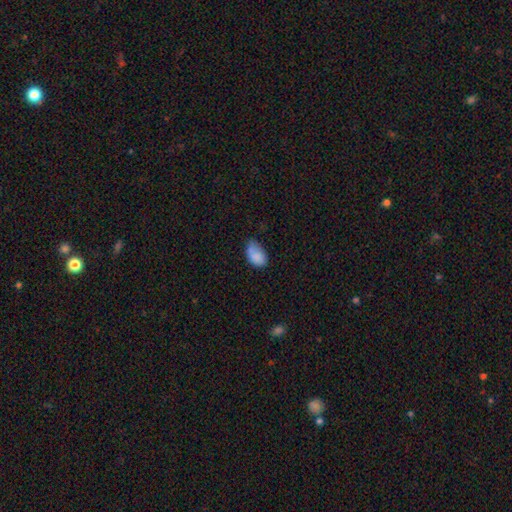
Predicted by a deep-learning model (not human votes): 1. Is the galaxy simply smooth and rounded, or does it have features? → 82% smooth, 9% featured or disk, 9% star or artifact.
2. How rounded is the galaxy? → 89% in between, 10% round, 1% cigar-shaped.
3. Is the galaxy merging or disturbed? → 44% none, 38% minor disturbance, 11% major disturbance, 7% merger.